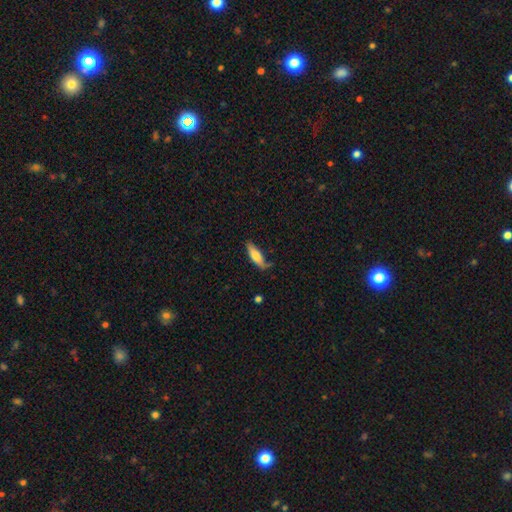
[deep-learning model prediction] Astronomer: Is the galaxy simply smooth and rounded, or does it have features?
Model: smooth — 68%.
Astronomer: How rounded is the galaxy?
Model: cigar-shaped — 54% (runner-up: in between, 44%).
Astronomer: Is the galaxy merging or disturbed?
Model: none — 61%.